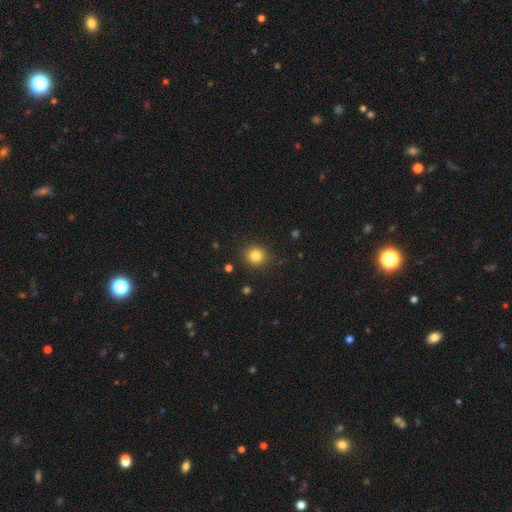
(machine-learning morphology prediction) This appears to be a smooth galaxy with no disk features (83%) that is round (88%). Merging: none (90%).